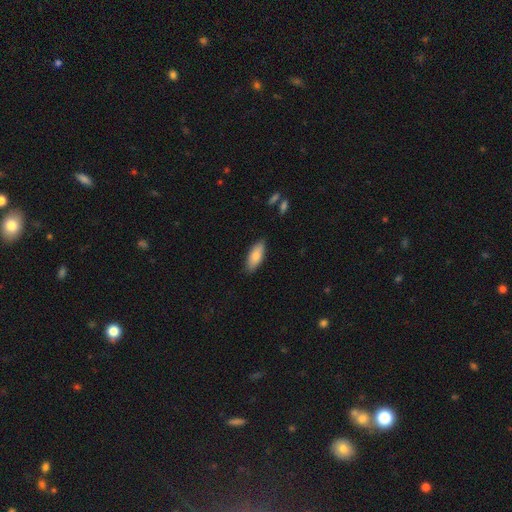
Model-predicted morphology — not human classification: The model was most divided on "how rounded": in between: 75%, cigar-shaped: 23%, round: 2%. More confident: merging — none (86%); smooth or featured — smooth (82%).